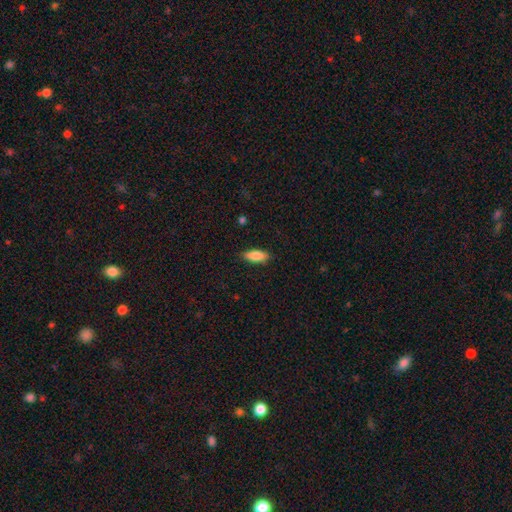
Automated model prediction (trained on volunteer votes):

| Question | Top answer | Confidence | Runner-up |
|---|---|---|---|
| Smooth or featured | smooth | 84% | featured or disk (10%) |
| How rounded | in between | 69% | cigar-shaped (29%) |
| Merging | none | 86% | minor disturbance (11%) |